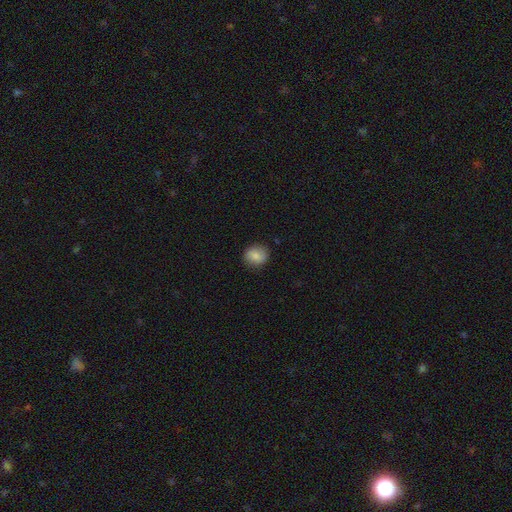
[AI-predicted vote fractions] Smooth or featured? Predicted: smooth (p=0.81). How rounded? Predicted: round (p=0.76). Merging? Predicted: none (p=0.86).